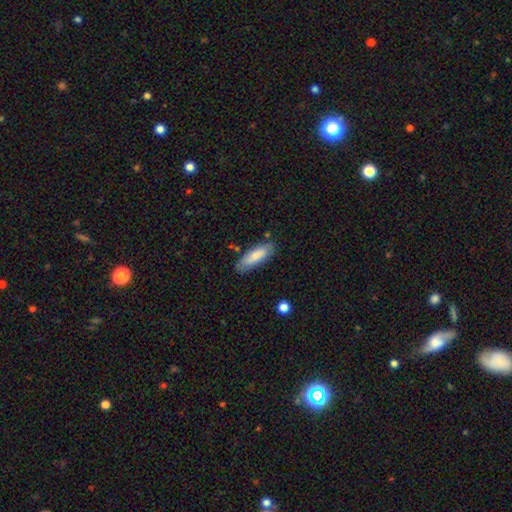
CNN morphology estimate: A smooth galaxy with no disk features (79%) that is in between round and cigar-shaped (57%). Merging: none (81%).